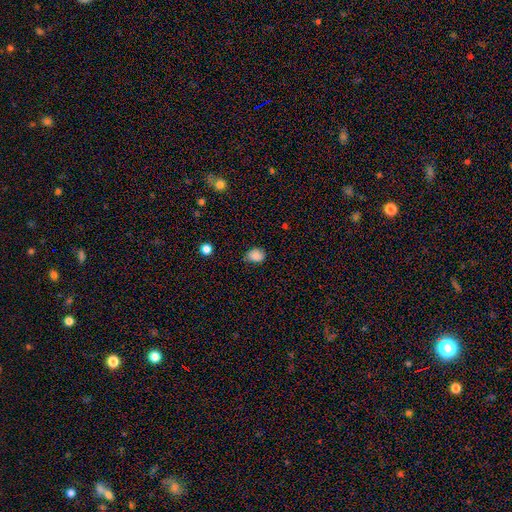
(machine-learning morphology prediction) Smooth or featured: smooth — 86% (star or artifact — 10%)
How rounded: in between — 51% (round — 48%)
Merging: none — 71% (minor disturbance — 23%)